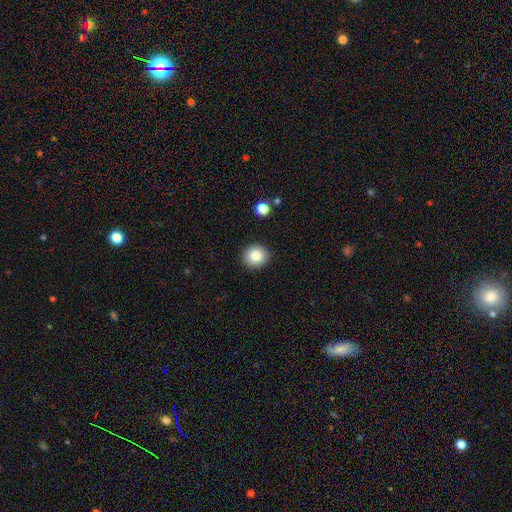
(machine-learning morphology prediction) smooth 84%, star or artifact 10%, featured or disk 7%. Down the decision tree: how rounded — round (87%); merging — none (91%).